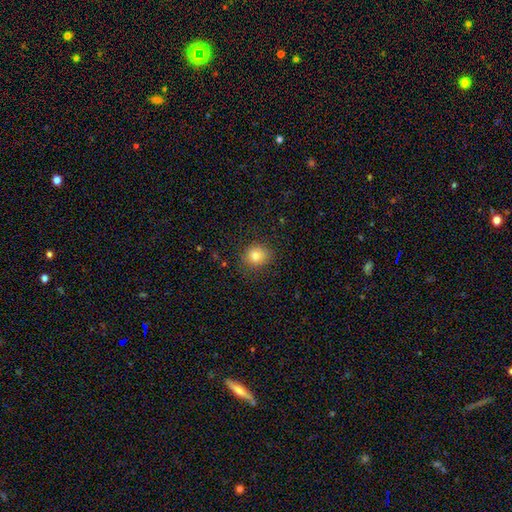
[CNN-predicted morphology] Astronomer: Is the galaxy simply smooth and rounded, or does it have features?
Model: smooth — 82%.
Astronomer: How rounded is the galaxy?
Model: round — 74%.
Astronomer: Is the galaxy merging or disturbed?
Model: none — 82%.